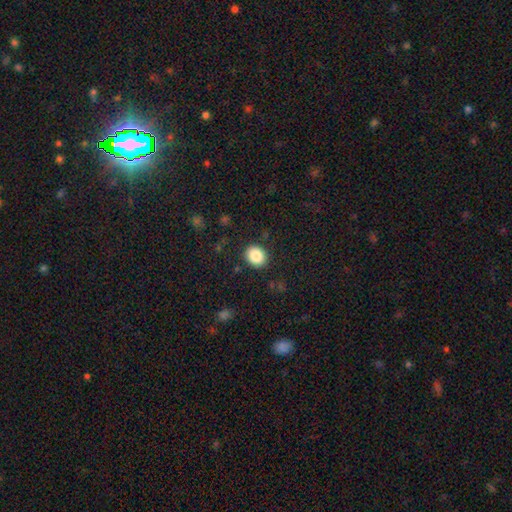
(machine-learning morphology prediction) This is clearly a smooth galaxy (87%). How rounded: likely round (68%). Merging: clearly none (89%).